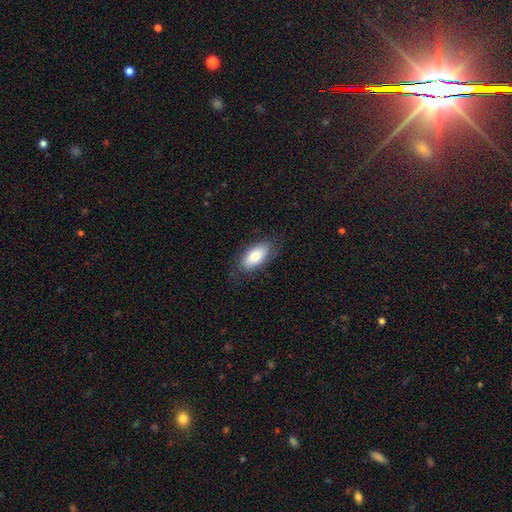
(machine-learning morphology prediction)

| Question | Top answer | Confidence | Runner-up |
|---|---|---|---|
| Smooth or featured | smooth | 78% | featured or disk (15%) |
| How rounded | in between | 89% | cigar-shaped (8%) |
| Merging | none | 79% | minor disturbance (15%) |